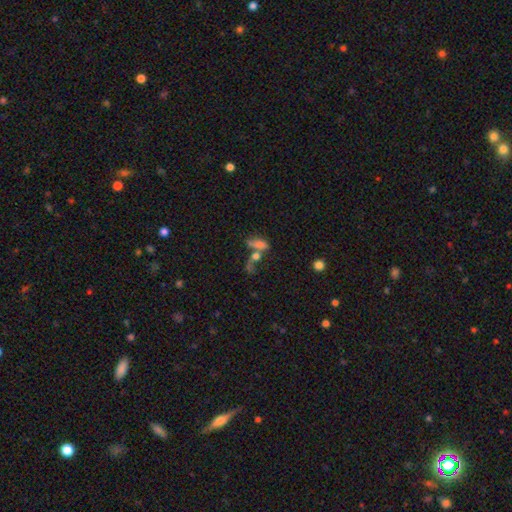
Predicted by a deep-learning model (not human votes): Smooth or featured?
  - smooth: 51% *
  - star or artifact: 25%
  - featured or disk: 24%
How rounded?
  - in between: 50% *
  - cigar-shaped: 33%
  - round: 17%
Merging?
  - merger: 40% * (tied)
  - none: 40% * (tied)
  - minor disturbance: 11%
  - major disturbance: 9%